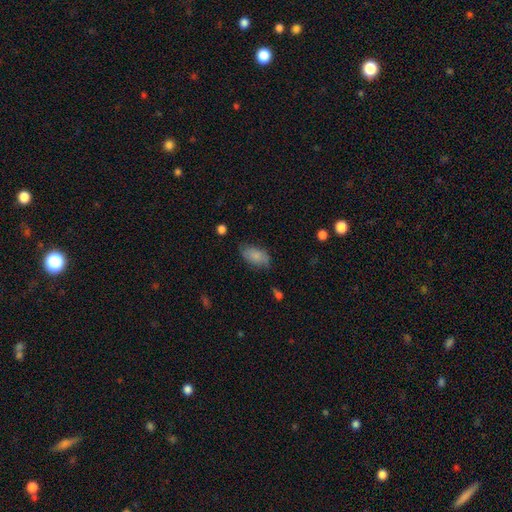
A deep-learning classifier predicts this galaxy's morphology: smooth 80%, featured or disk 13%, star or artifact 7%. Down the decision tree: how rounded — in between (93%); merging — none (67%).